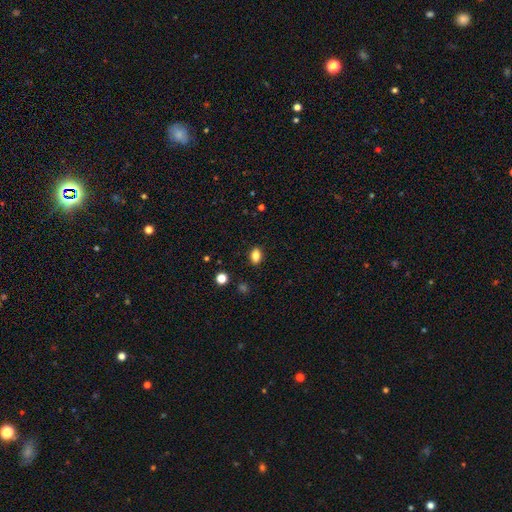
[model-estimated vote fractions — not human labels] smooth 84%, star or artifact 10%, featured or disk 6%. Down the decision tree: how rounded — in between (81%); merging — none (88%).